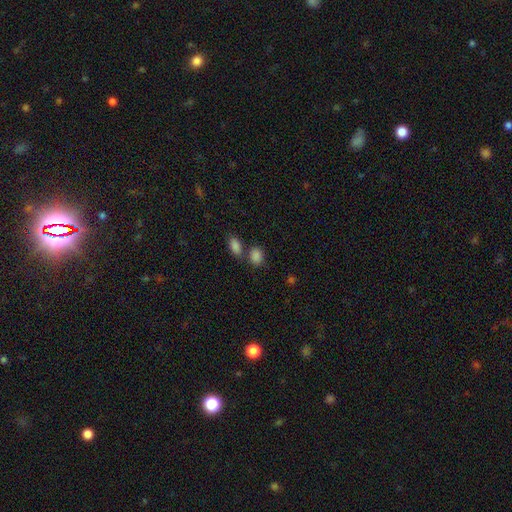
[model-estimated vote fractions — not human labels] smooth_or_featured: smooth (p=0.86) [alt: star or artifact p=0.10]
how_rounded: in between (p=0.66) [alt: round p=0.33]
merging: none (p=0.52) [alt: merger p=0.32]